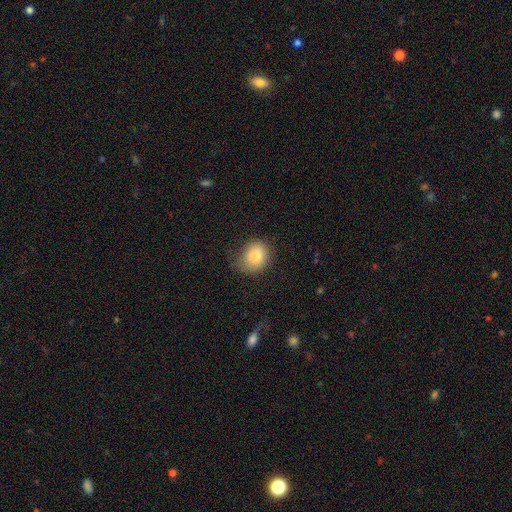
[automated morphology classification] A smooth galaxy with no disk features (85%) that is round (65%).

Vote fractions:
- Smooth or featured? smooth: 85% / star or artifact: 8% / featured or disk: 7%
- How rounded? round: 65% / in between: 34% / cigar-shaped: 1%
- Merging? none: 63% / minor disturbance: 27% / major disturbance: 9% / merger: 1%